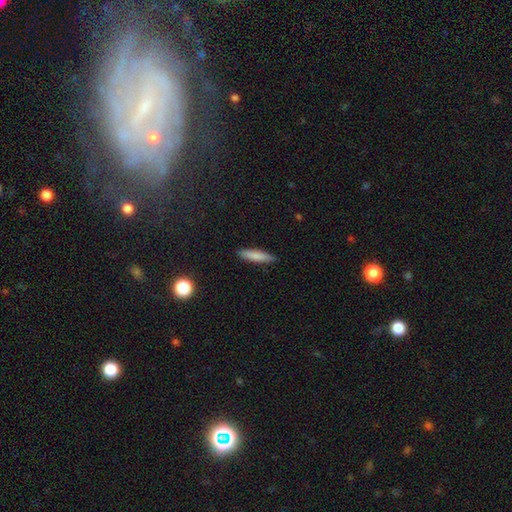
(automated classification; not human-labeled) smooth_or_featured: smooth (p=0.83) [alt: featured or disk p=0.11]
how_rounded: cigar-shaped (p=0.81) [alt: in between p=0.17]
merging: none (p=0.89) [alt: minor disturbance p=0.08]